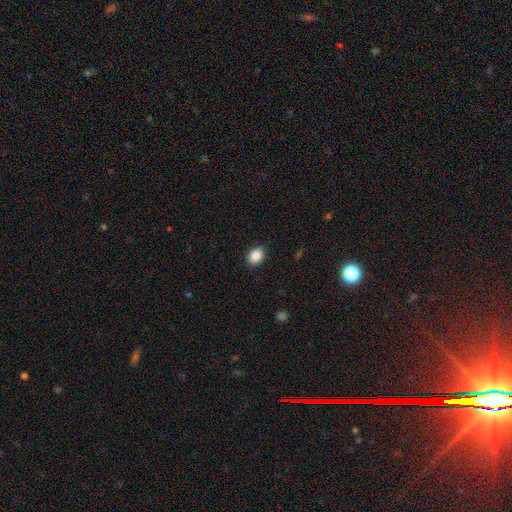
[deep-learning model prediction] The model was most divided on "how rounded": in between: 67%, round: 32%, cigar-shaped: 1%. More confident: smooth or featured — smooth (88%); merging — none (88%).